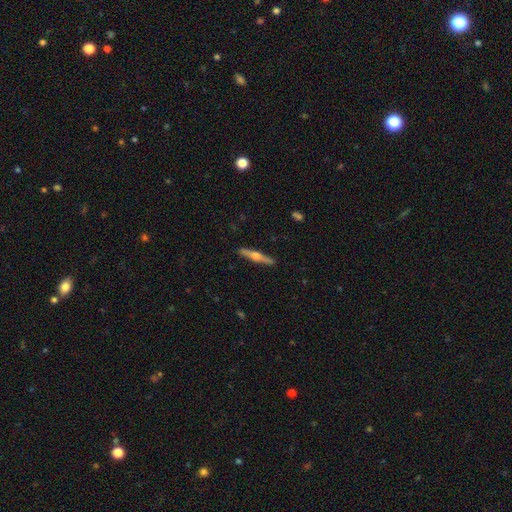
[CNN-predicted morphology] The model was most divided on "smooth or featured": featured or disk: 67%, smooth: 28%, star or artifact: 6%. More confident: edge-on disk — yes (98%); merging — none (91%); edge-on bulge — rounded (91%).